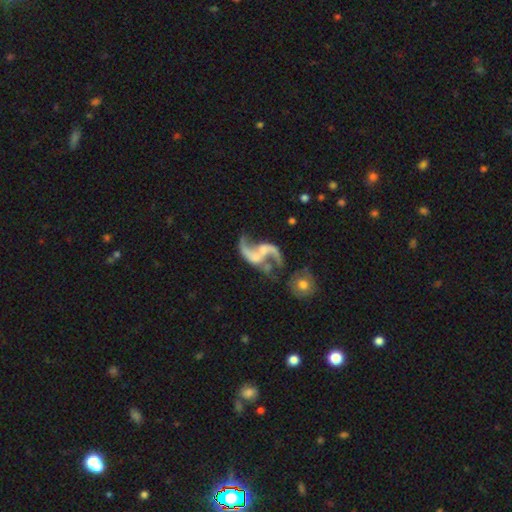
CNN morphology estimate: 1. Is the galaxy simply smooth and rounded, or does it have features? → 85% featured or disk, 8% star or artifact, 8% smooth.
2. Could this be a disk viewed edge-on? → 97% no, 3% yes.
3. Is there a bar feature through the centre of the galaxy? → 52% no, 35% weak, 13% strong.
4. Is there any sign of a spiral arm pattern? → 90% yes, 10% no.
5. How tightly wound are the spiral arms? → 86% loose, 12% medium, 3% tight.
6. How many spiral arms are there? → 88% 2, 6% 1, 2% can't tell, 1% 3, 1% 4, 1% more than 4.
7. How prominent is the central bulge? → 37% small, 34% none, 24% moderate, 3% large, 1% dominant.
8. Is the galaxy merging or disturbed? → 37% none, 27% merger, 20% major disturbance, 15% minor disturbance.